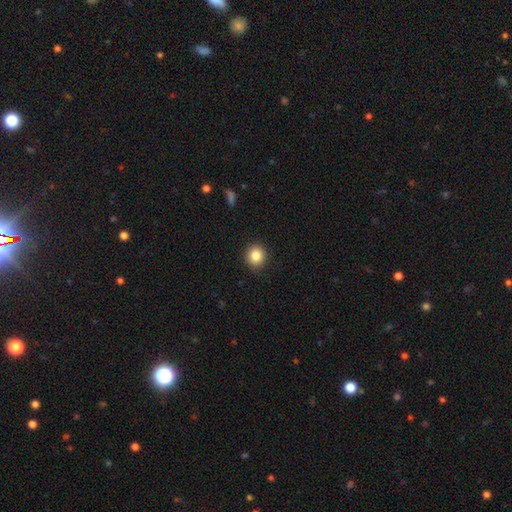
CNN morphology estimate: Overall: smooth (85%). How rounded: round (86%). Merging: none (90%).